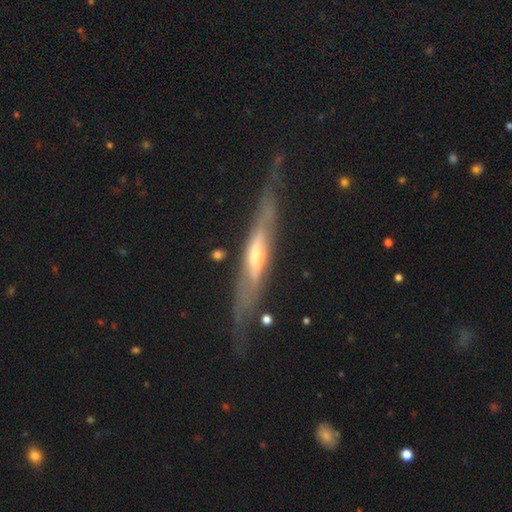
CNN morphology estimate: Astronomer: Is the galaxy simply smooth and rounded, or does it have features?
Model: featured or disk — 77%.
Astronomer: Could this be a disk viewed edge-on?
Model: yes — 79%.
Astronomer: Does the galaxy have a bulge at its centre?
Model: rounded — 59%.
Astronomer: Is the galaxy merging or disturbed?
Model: none — 65%.